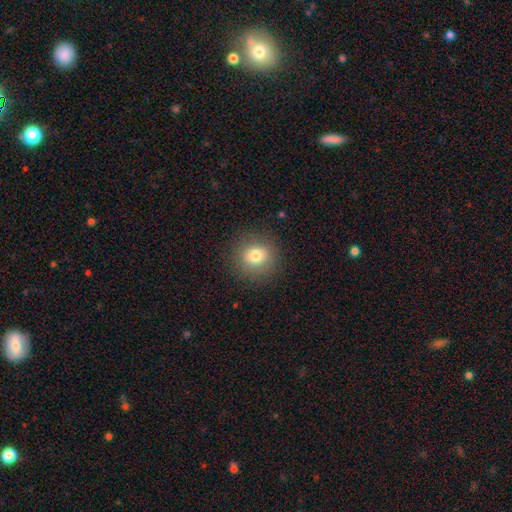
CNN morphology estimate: This appears to be a smooth galaxy with no disk features (78%) that is round (89%). Merging: none (88%).